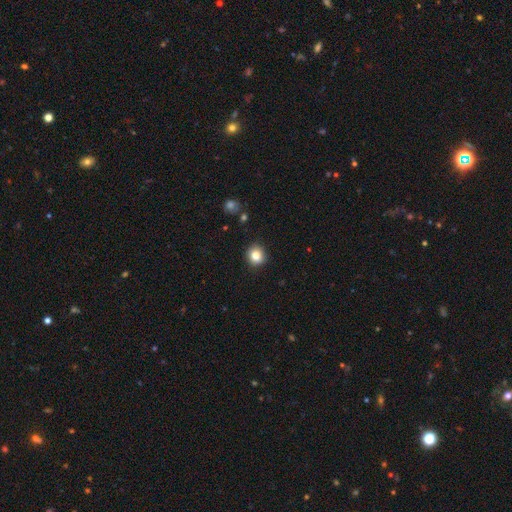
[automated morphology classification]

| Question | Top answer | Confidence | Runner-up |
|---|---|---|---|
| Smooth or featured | smooth | 83% | star or artifact (11%) |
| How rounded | round | 87% | in between (12%) |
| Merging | none | 90% | minor disturbance (7%) |